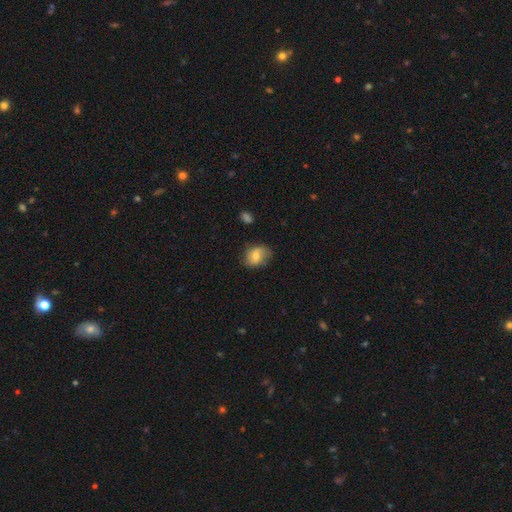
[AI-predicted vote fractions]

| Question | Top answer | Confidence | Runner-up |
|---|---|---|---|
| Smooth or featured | smooth | 67% | featured or disk (25%) |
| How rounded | in between | 60% | round (39%) |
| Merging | none | 70% | minor disturbance (22%) |